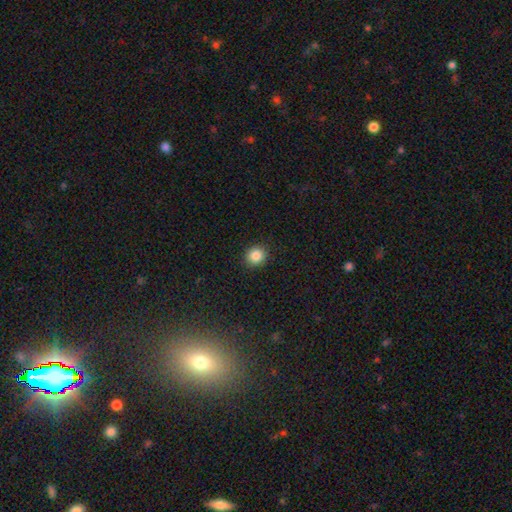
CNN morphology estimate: Smooth or featured? Predicted: smooth (p=0.86). How rounded? Predicted: round (p=0.88). Merging? Predicted: none (p=0.91).